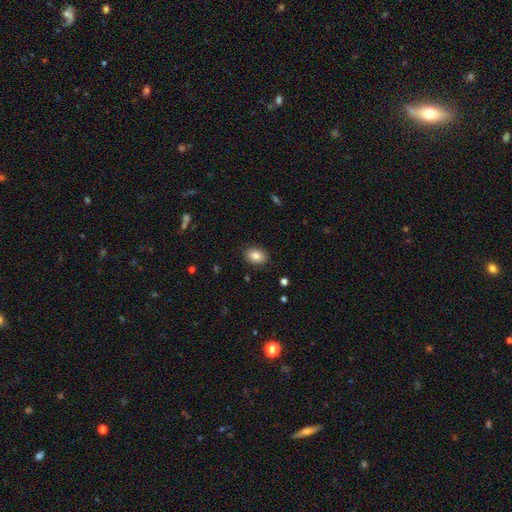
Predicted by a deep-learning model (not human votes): Smooth or featured?
  - smooth: 84% *
  - star or artifact: 8%
  - featured or disk: 7%
How rounded?
  - in between: 75% *
  - round: 24%
  - cigar-shaped: 1%
Merging?
  - none: 87% *
  - minor disturbance: 9%
  - major disturbance: 2%
  - merger: 1%